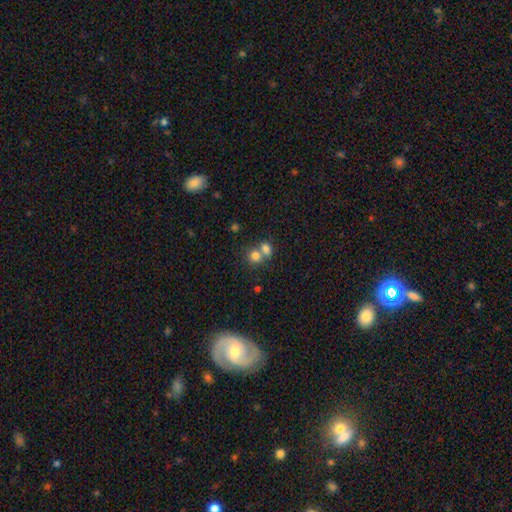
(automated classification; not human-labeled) Smooth or featured? Predicted: smooth (p=0.78). How rounded? Predicted: round (p=0.68). Merging? Predicted: merger (p=0.56).